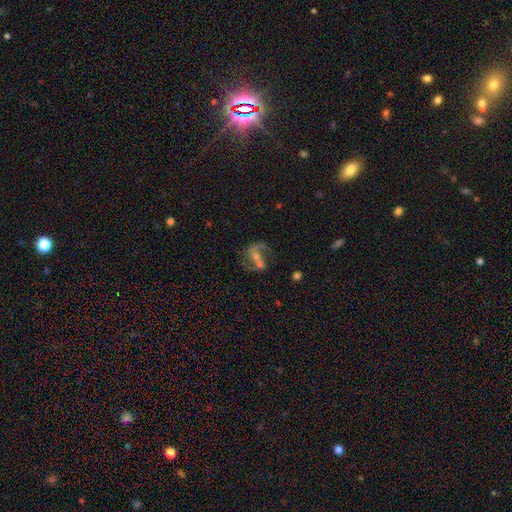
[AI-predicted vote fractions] Smooth or featured?
  - featured or disk: 75% *
  - smooth: 13%
  - star or artifact: 12%
Edge-on disk?
  - no: 97% *
  - yes: 3%
Bar?
  - no: 43% *
  - weak: 39%
  - strong: 18%
Spiral arms?
  - yes: 89% *
  - no: 11%
Spiral winding?
  - loose: 58% *
  - medium: 35%
  - tight: 7%
Spiral arm count?
  - 2: 83% *
  - 1: 9%
  - can't tell: 4%
  - 3: 1%
  - 4: 1%
  - more than 4: 1%
Bulge size?
  - small: 44% *
  - moderate: 38%
  - none: 12%
  - large: 4%
  - dominant: 2%
Merging?
  - none: 44% *
  - merger: 28%
  - major disturbance: 14%
  - minor disturbance: 14%